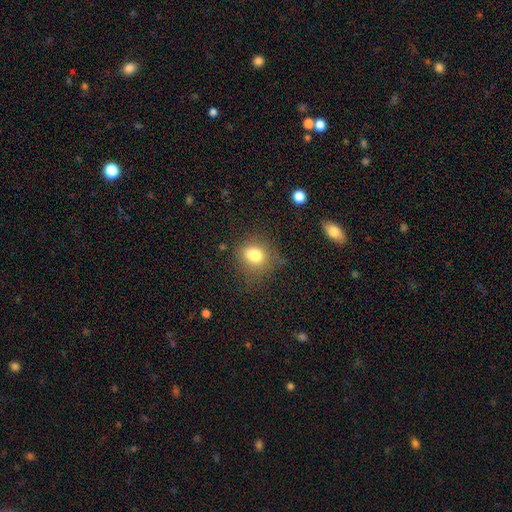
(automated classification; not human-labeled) Smooth or featured?
  - smooth: 79% *
  - star or artifact: 12%
  - featured or disk: 9%
How rounded?
  - in between: 52% *
  - round: 47%
  - cigar-shaped: 2%
Merging?
  - none: 66% *
  - minor disturbance: 22%
  - major disturbance: 9%
  - merger: 3%